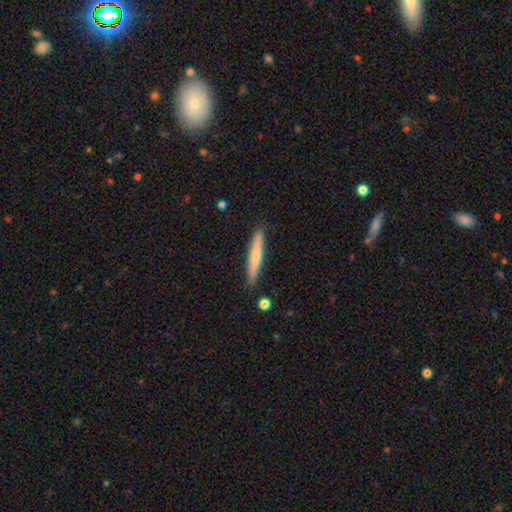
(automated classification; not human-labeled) This is likely a smooth galaxy (66%). How rounded: clearly cigar-shaped (94%). Merging: clearly none (89%).